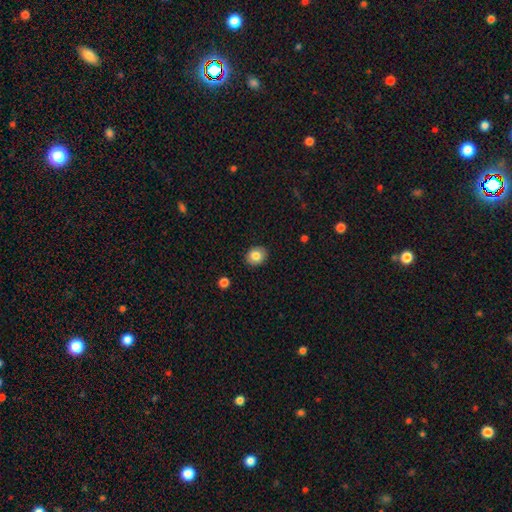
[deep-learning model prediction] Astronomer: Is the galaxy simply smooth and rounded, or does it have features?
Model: smooth — 83%.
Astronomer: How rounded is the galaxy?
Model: round — 72%.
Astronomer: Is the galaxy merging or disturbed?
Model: none — 90%.